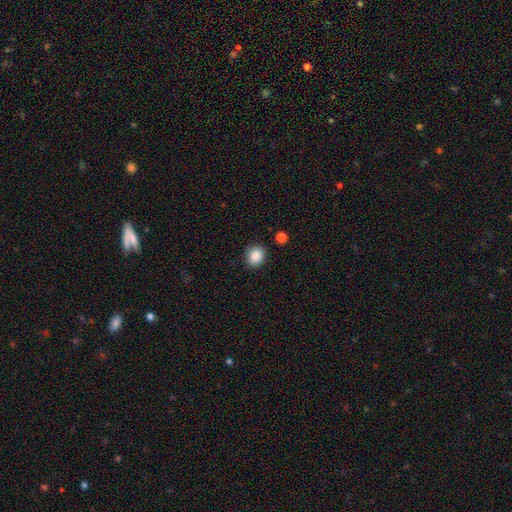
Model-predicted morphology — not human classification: Q: Smooth or featured?
A: smooth (87%); runner-up: star or artifact (9%)
Q: How rounded?
A: round (74%); runner-up: in between (25%)
Q: Merging?
A: none (86%); runner-up: minor disturbance (9%)